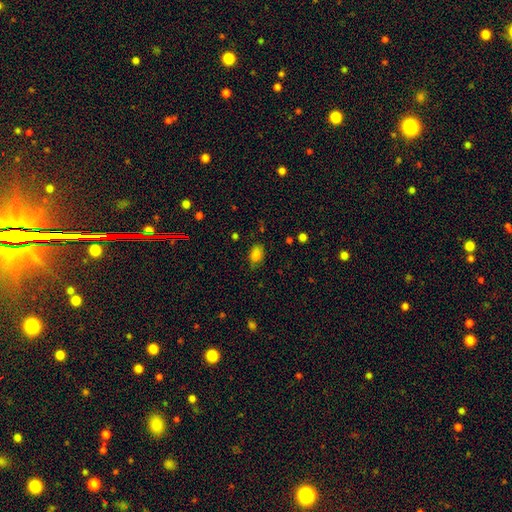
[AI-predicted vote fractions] Q: Smooth or featured?
A: smooth (81%); runner-up: star or artifact (11%)
Q: How rounded?
A: in between (75%); runner-up: round (24%)
Q: Merging?
A: none (75%); runner-up: minor disturbance (20%)